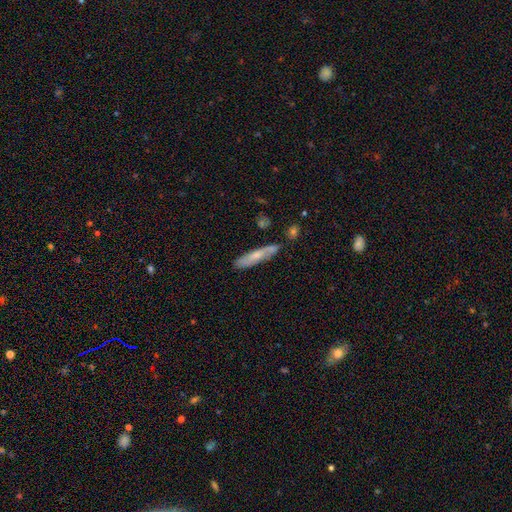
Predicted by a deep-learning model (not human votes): This appears to be a smooth galaxy with no disk features (60%) that is cigar-shaped (84%). Merging: none (75%).